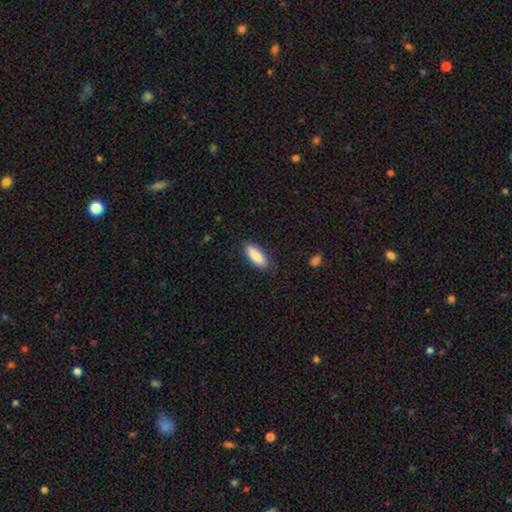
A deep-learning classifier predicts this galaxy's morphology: smooth 86%, featured or disk 8%, star or artifact 6%. Down the decision tree: how rounded — in between (71%); merging — none (84%).